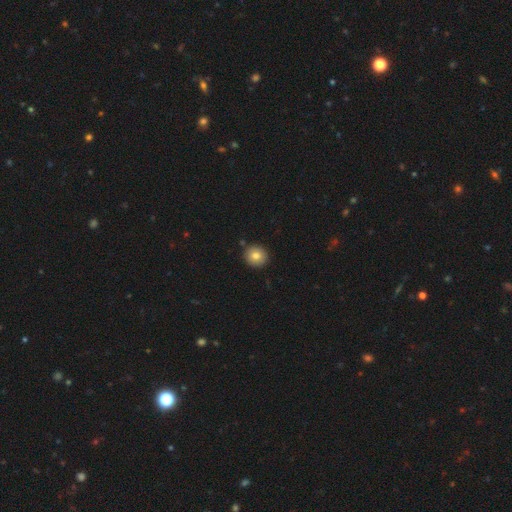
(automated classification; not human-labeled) Smooth or featured? smooth (81%)
How rounded? round (91%)
Merging? none (89%)